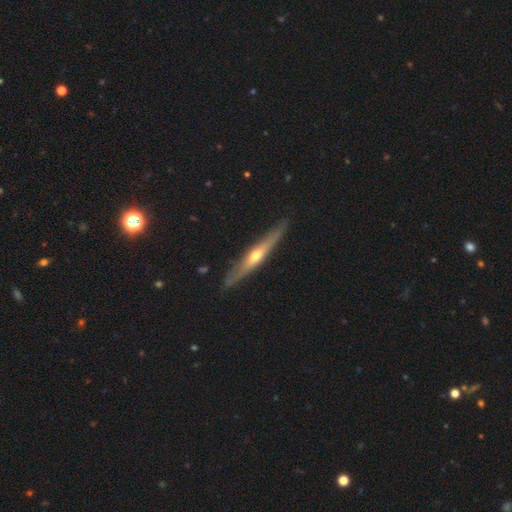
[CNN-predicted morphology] Smooth or featured? Predicted: featured or disk (p=0.69). Edge-on disk? Predicted: yes (p=0.94). Edge-on bulge? Predicted: rounded (p=0.85). Merging? Predicted: none (p=0.87).